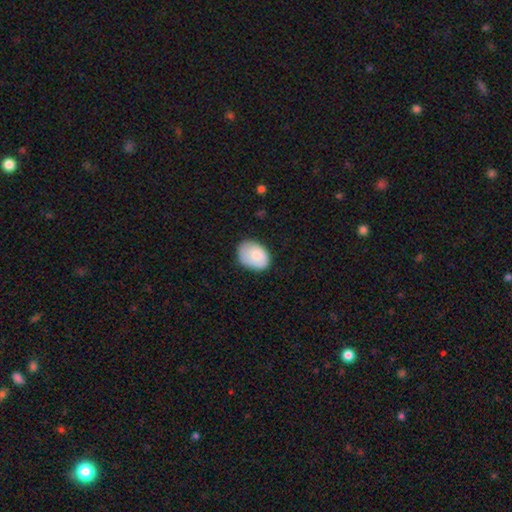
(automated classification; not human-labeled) The model was most divided on "merging": none: 68%, minor disturbance: 25%, major disturbance: 6%, merger: 2%. More confident: smooth or featured — smooth (79%); how rounded — in between (78%).